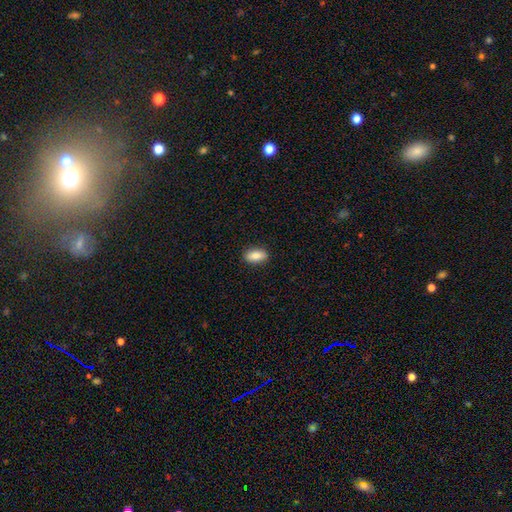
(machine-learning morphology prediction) Smooth or featured?
  - smooth: 87% *
  - star or artifact: 7%
  - featured or disk: 6%
How rounded?
  - in between: 90% *
  - cigar-shaped: 6%
  - round: 4%
Merging?
  - none: 89% *
  - minor disturbance: 8%
  - major disturbance: 2%
  - merger: 1%